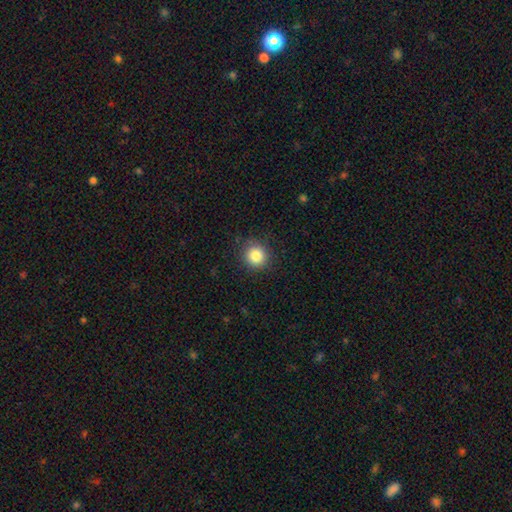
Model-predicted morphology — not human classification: A smooth galaxy with no disk features (83%) that is round (91%). Merging: none (88%).